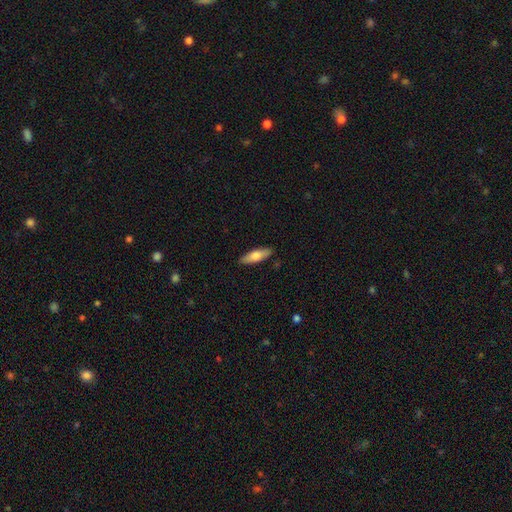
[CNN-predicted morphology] Overall: smooth (70%). How rounded: in between (50%; cigar-shaped 48%). Merging: none (88%).